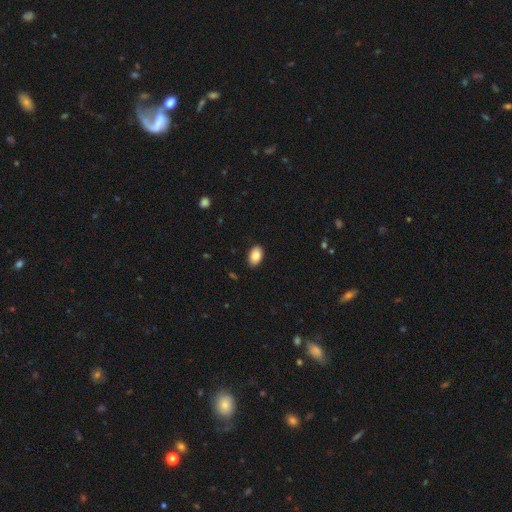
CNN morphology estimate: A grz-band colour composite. It shows a smooth galaxy with no disk features (87%) that is in between round and cigar-shaped (91%). Merging: none (89%).